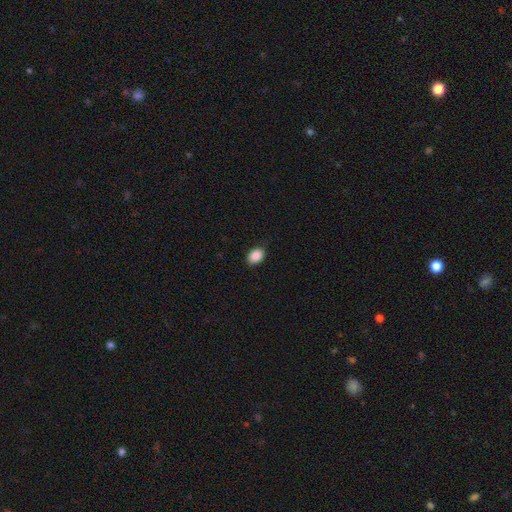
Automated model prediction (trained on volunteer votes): Morphology: type=smooth (89%); roundness=in between (79%); merging=none (84%).